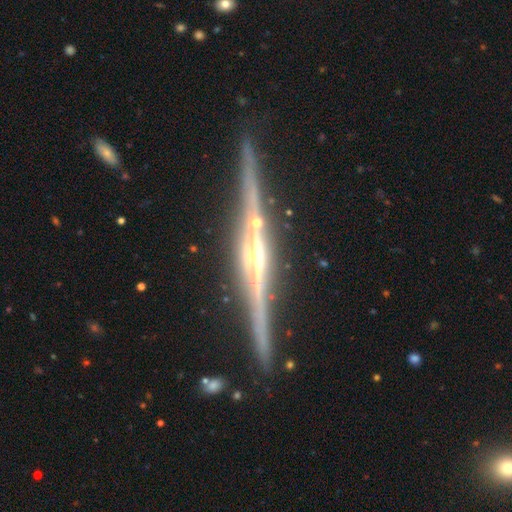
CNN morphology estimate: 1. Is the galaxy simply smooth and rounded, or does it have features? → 91% featured or disk, 5% star or artifact, 4% smooth.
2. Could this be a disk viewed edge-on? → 98% yes, 2% no.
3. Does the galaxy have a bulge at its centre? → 78% rounded, 12% boxy, 10% none.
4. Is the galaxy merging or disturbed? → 87% none, 8% minor disturbance, 3% merger, 2% major disturbance.